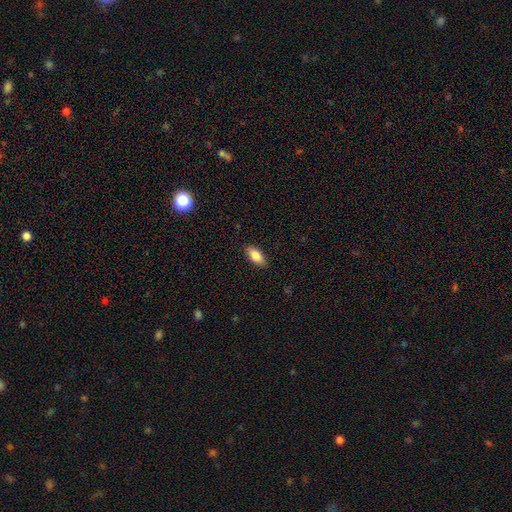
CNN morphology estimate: This appears to be a smooth galaxy with no disk features (84%) that is in between round and cigar-shaped (88%). Merging: none (88%).